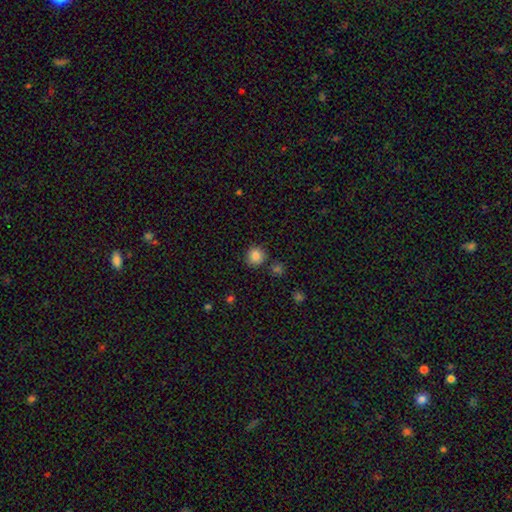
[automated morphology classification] smooth 85%, star or artifact 10%, featured or disk 4%. Down the decision tree: how rounded — round (90%); merging — none (83%).